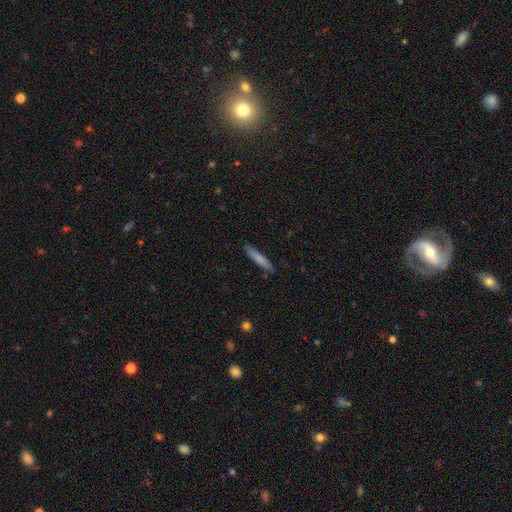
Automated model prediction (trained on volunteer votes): Smooth or featured? smooth (62%)
How rounded? cigar-shaped (93%)
Merging? none (89%)